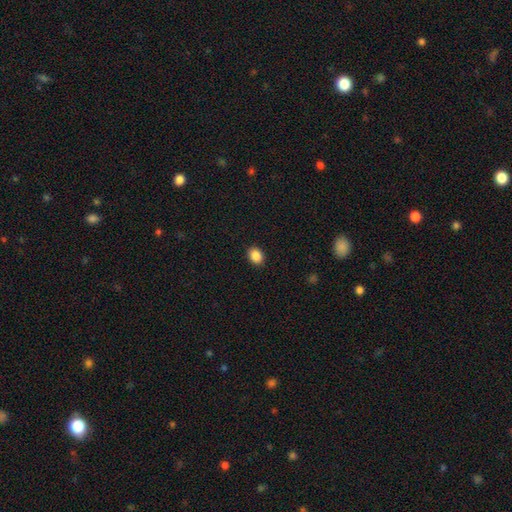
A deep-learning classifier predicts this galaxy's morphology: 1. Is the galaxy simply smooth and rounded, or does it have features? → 88% smooth, 9% star or artifact, 3% featured or disk.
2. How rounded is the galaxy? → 56% in between, 43% round, 1% cigar-shaped.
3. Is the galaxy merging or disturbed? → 91% none, 6% minor disturbance, 2% major disturbance, 1% merger.